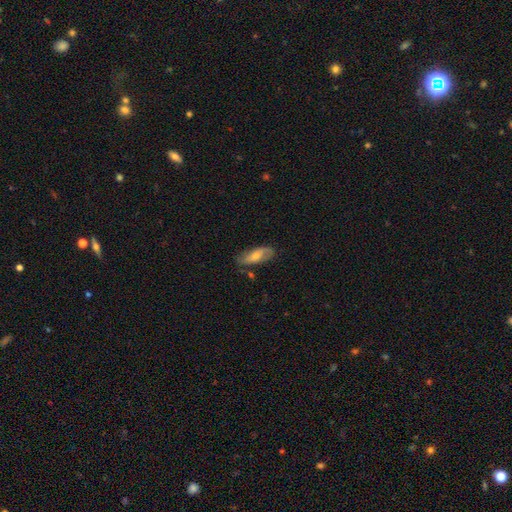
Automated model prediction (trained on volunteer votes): Smooth or featured?
  - smooth: 49% *
  - featured or disk: 44%
  - star or artifact: 7%
Merging?
  - none: 68% *
  - minor disturbance: 23%
  - major disturbance: 7%
  - merger: 3%